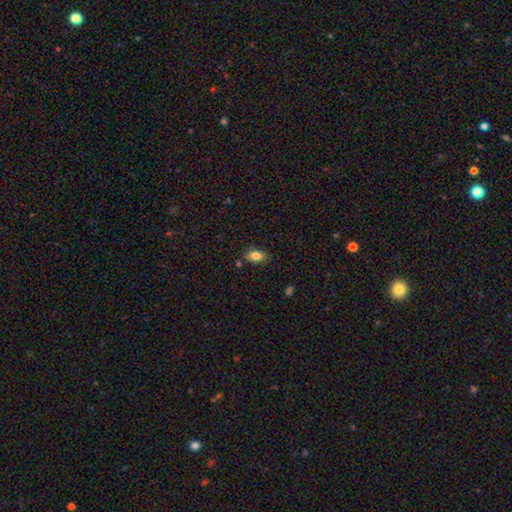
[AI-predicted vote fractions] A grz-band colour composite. It shows a smooth galaxy with no disk features (84%) that is in between round and cigar-shaped (86%). Merging: none (82%).